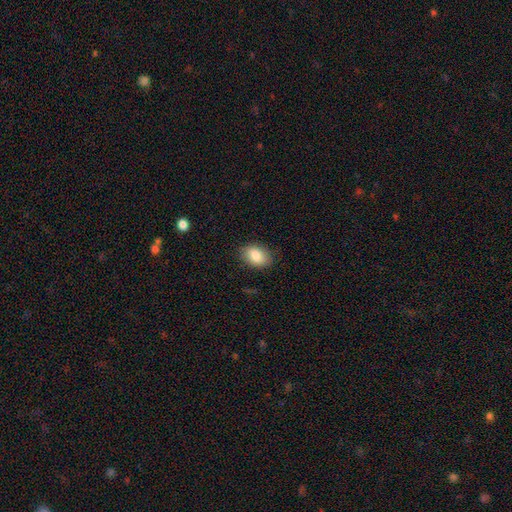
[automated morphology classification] A smooth galaxy with no disk features (85%) that is in between round and cigar-shaped (85%). Merging: none (84%).